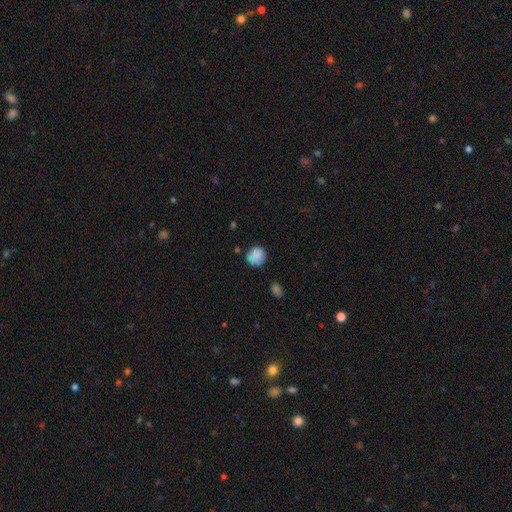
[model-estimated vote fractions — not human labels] smooth_or_featured: smooth (p=0.86) [alt: star or artifact p=0.08]
how_rounded: round (p=0.82) [alt: in between p=0.17]
merging: none (p=0.74) [alt: minor disturbance p=0.19]